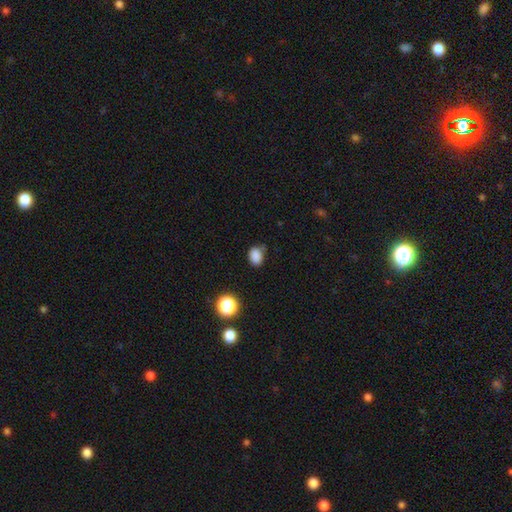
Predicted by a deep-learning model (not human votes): The model was most divided on "how rounded": in between: 68%, round: 31%, cigar-shaped: 1%. More confident: smooth or featured — smooth (84%); merging — none (69%).